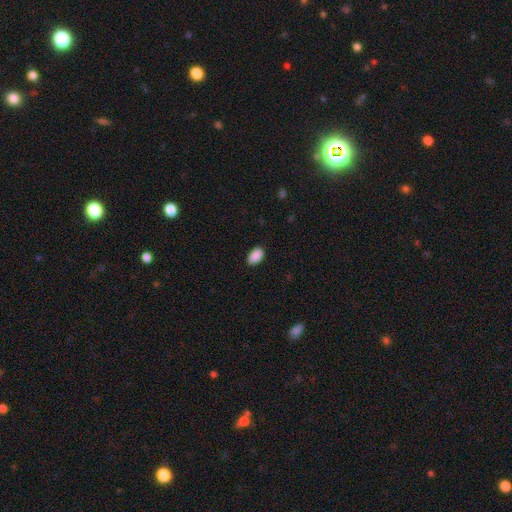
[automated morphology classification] Smooth or featured? smooth (90%)
How rounded? in between (92%)
Merging? none (88%)